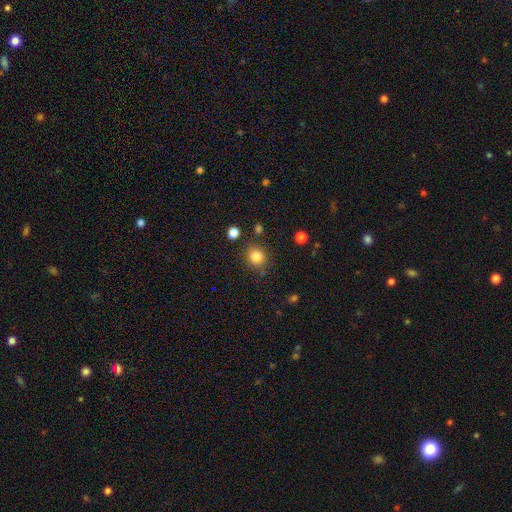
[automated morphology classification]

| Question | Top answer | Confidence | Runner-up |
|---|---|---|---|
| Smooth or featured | smooth | 83% | star or artifact (11%) |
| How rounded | round | 84% | in between (15%) |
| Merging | none | 82% | minor disturbance (10%) |